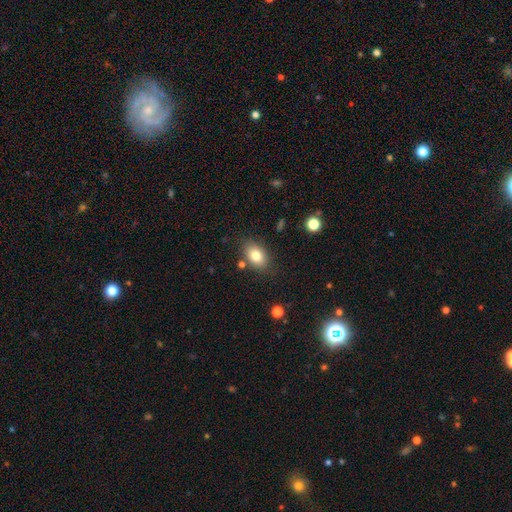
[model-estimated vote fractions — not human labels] smooth_or_featured: smooth (p=0.80) [alt: featured or disk p=0.11]
how_rounded: in between (p=0.82) [alt: round p=0.17]
merging: none (p=0.79) [alt: minor disturbance p=0.13]